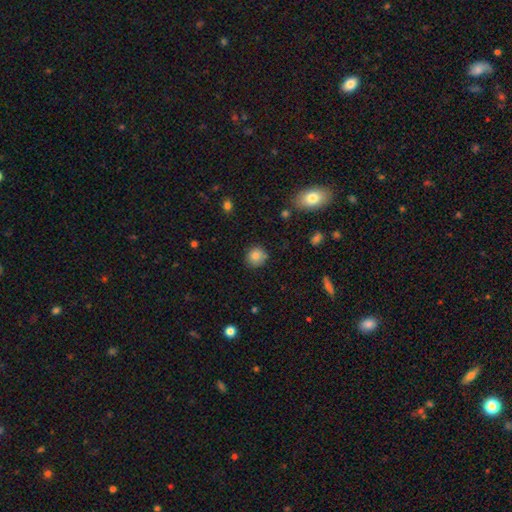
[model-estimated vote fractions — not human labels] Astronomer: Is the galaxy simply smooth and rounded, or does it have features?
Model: smooth — 83%.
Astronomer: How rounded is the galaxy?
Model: round — 89%.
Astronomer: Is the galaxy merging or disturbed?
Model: none — 80%.